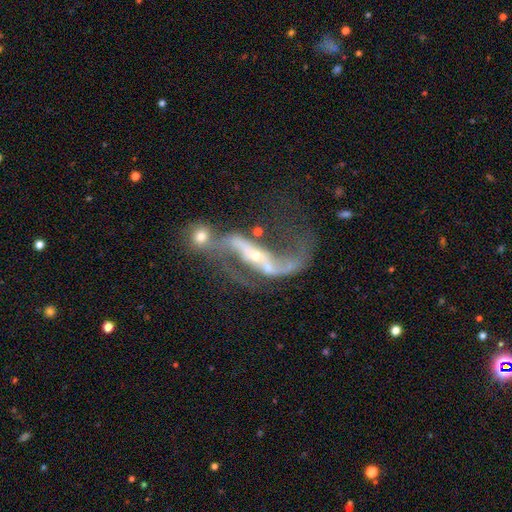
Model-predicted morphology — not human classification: A featured or disk galaxy (84%) with no bar (38%), 2 (83%) loose (85%) spiral arms (85%) and a small central bulge (63%). Merging: merger (48%).